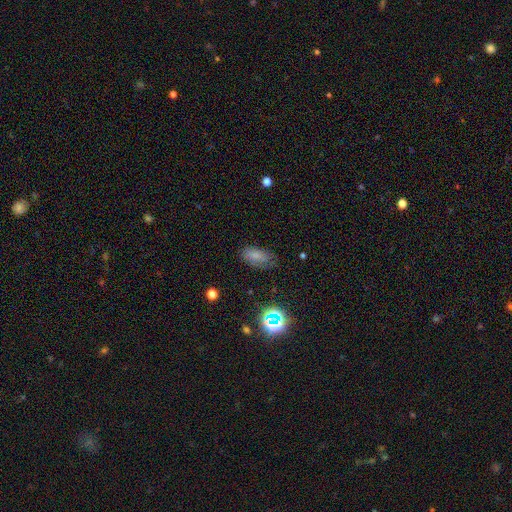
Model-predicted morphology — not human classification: Smooth or featured? smooth (72%)
How rounded? in between (90%)
Merging? none (68%)